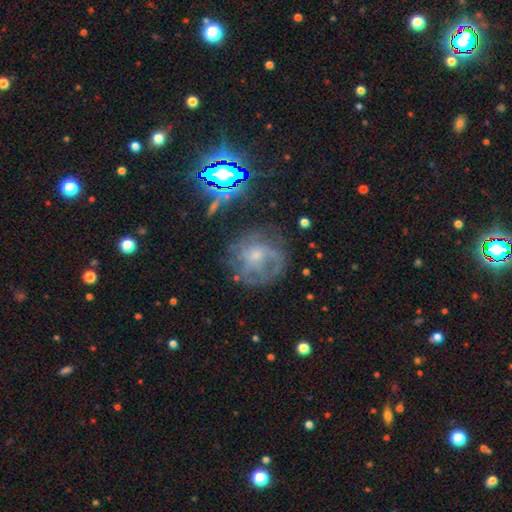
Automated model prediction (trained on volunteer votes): Morphology: type=featured or disk (66%); edge-on=no (97%); bar=no (73%); spiral arms=yes (77%); bulge=small (63%); merging=none (58%).